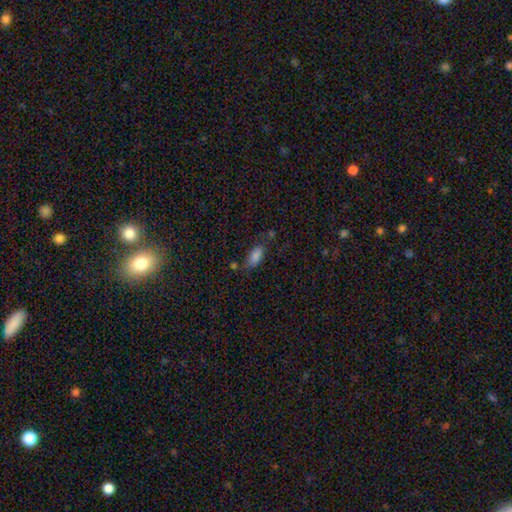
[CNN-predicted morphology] Q: Smooth or featured?
A: smooth (83%); runner-up: star or artifact (10%)
Q: How rounded?
A: in between (89%); runner-up: cigar-shaped (8%)
Q: Merging?
A: none (65%); runner-up: minor disturbance (20%)